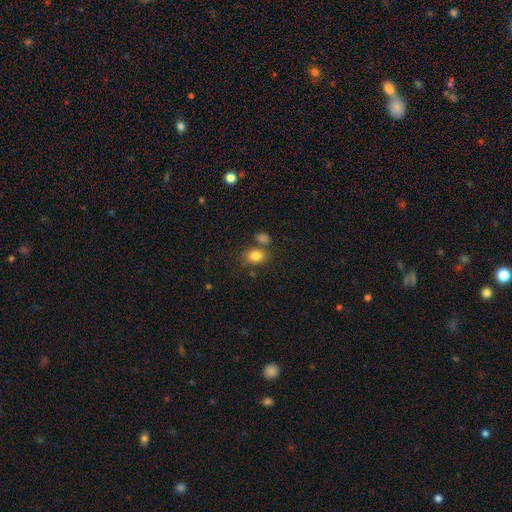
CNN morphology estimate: Q: Smooth or featured?
A: smooth (82%); runner-up: star or artifact (10%)
Q: How rounded?
A: in between (70%); runner-up: round (29%)
Q: Merging?
A: none (62%); runner-up: merger (20%)